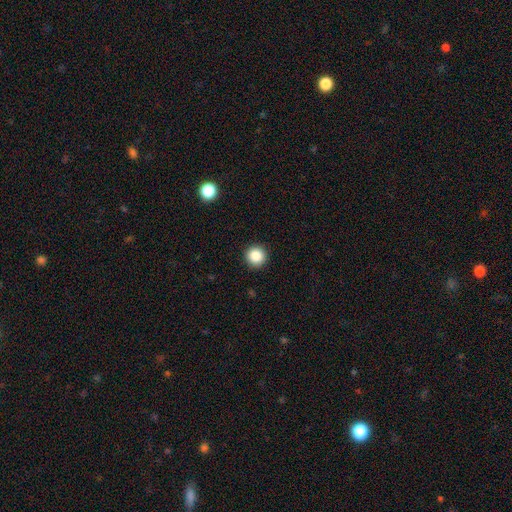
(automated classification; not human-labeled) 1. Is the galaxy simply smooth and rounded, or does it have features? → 86% smooth, 10% star or artifact, 4% featured or disk.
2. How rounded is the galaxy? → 96% round, 3% in between, 1% cigar-shaped.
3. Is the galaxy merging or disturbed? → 93% none, 5% minor disturbance, 2% major disturbance, 1% merger.